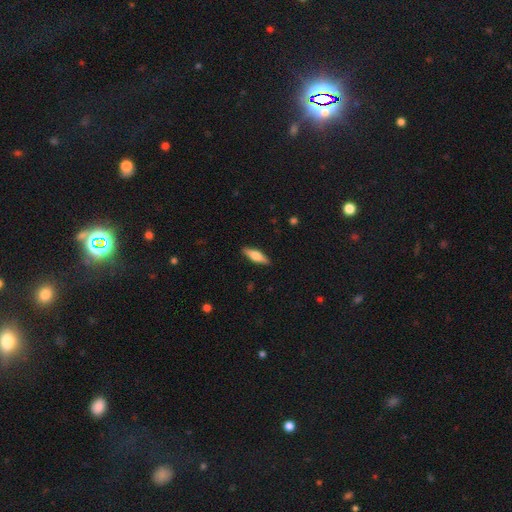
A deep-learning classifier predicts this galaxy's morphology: This is possibly a smooth galaxy (56%). How rounded: possibly cigar-shaped (55%). Merging: clearly none (89%).